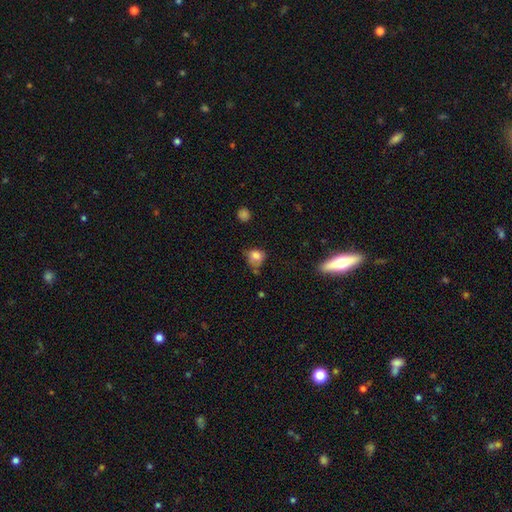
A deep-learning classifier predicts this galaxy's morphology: This appears to be a smooth galaxy with no disk features (78%) that is round (55%). Merging: none (41%).